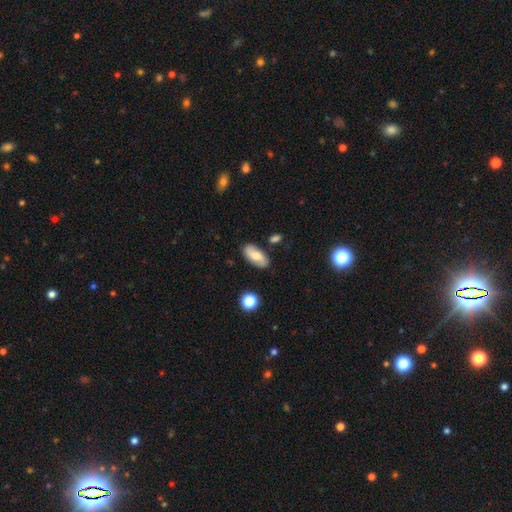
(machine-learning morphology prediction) smooth 57%, featured or disk 36%, star or artifact 7%. Down the decision tree: how rounded — in between (88%); merging — none (82%).